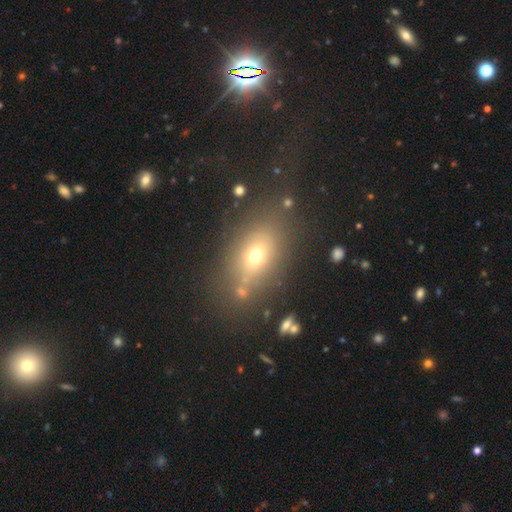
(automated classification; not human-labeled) A smooth galaxy with no disk features (59%) that is in between round and cigar-shaped (70%).

Vote fractions:
- Smooth or featured? smooth: 59% / star or artifact: 22% / featured or disk: 20%
- How rounded? in between: 70% / round: 23% / cigar-shaped: 7%
- Merging? none: 69% / minor disturbance: 14% / major disturbance: 9% / merger: 8%